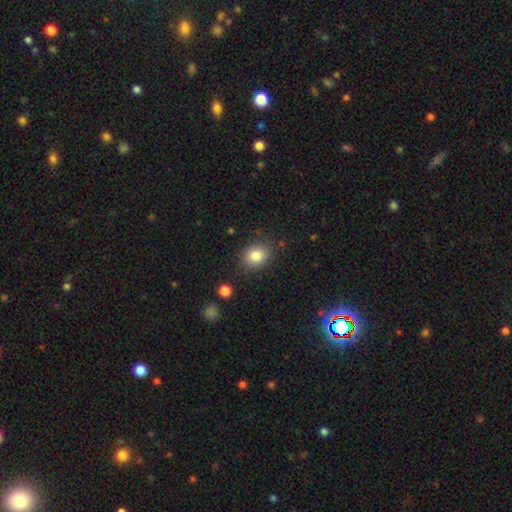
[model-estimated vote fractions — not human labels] Smooth or featured?
  - smooth: 82% *
  - star or artifact: 10%
  - featured or disk: 8%
How rounded?
  - round: 58% *
  - in between: 41%
  - cigar-shaped: 1%
Merging?
  - none: 84% *
  - minor disturbance: 11%
  - major disturbance: 3%
  - merger: 2%